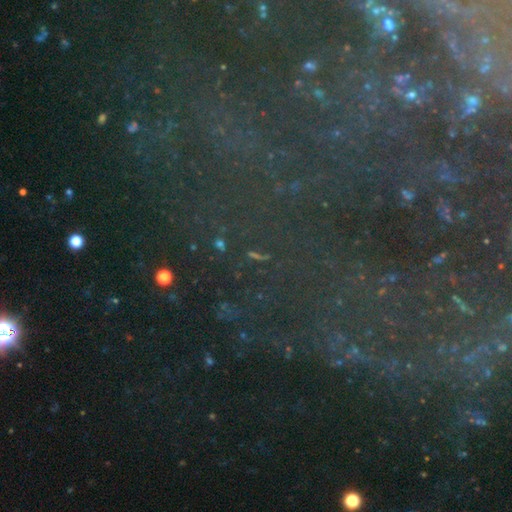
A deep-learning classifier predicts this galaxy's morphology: type=star or artifact (77%).